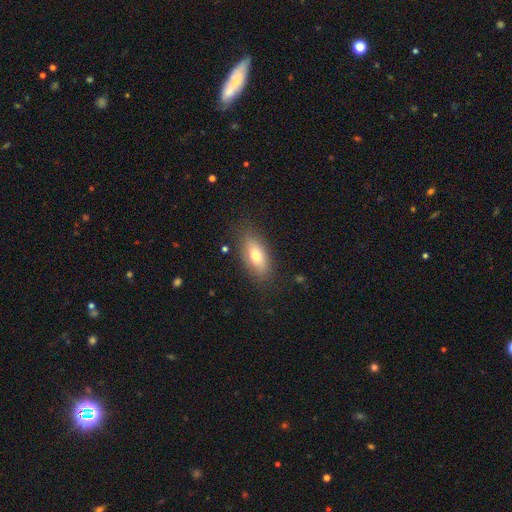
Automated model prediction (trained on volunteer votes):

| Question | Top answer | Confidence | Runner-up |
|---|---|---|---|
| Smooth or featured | smooth | 70% | featured or disk (22%) |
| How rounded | in between | 82% | cigar-shaped (13%) |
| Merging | none | 81% | minor disturbance (14%) |